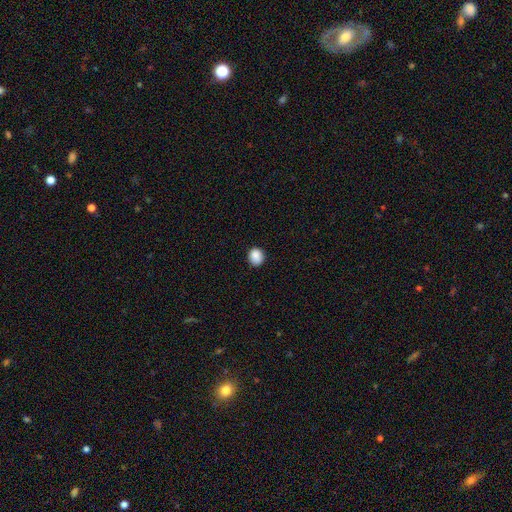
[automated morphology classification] Smooth or featured: smooth — 87% (star or artifact — 9%)
How rounded: round — 71% (in between — 28%)
Merging: none — 81% (minor disturbance — 15%)